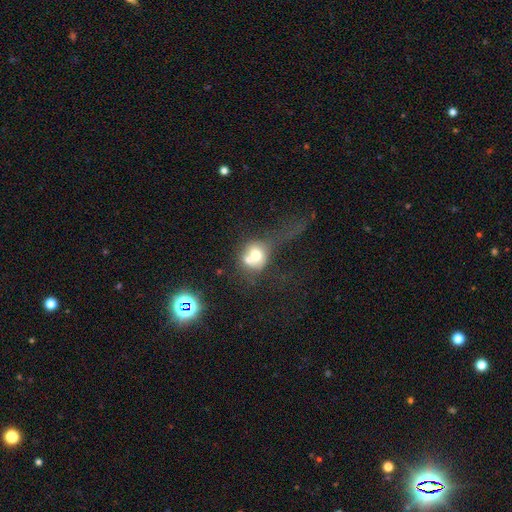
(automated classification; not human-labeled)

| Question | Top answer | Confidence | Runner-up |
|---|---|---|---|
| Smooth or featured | smooth | 62% | featured or disk (26%) |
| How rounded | round | 72% | in between (26%) |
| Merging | merger | 54% | none (21%) |